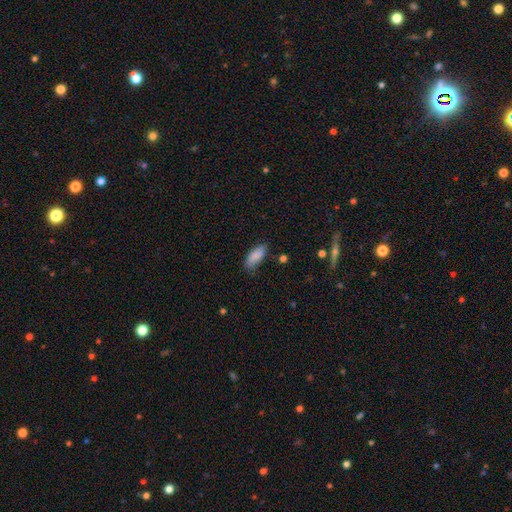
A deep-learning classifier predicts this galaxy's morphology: A smooth galaxy with no disk features (86%) that is in between round and cigar-shaped (80%). Merging: none (74%).